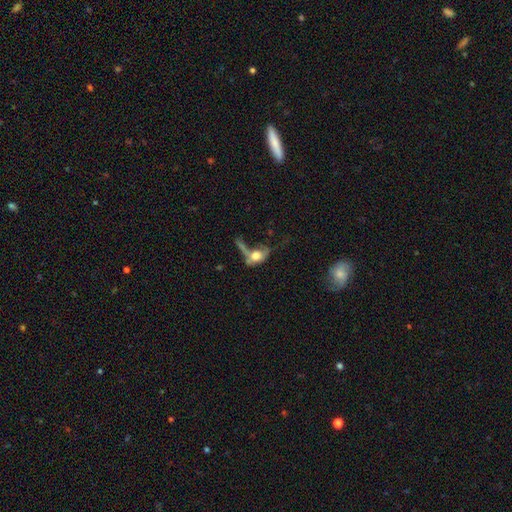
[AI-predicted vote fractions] A smooth galaxy with no disk features (55%) that is in between round and cigar-shaped (68%).

Vote fractions:
- Smooth or featured? smooth: 55% / featured or disk: 35% / star or artifact: 10%
- How rounded? in between: 68% / round: 23% / cigar-shaped: 9%
- Merging? major disturbance: 39% / merger: 28% / none: 20% / minor disturbance: 14%